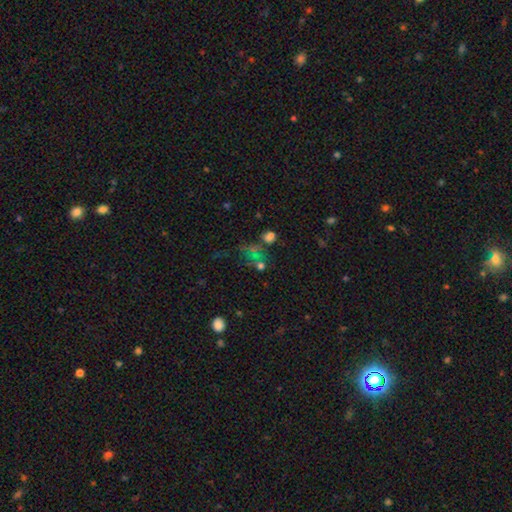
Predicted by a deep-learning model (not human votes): star or artifact 44%, smooth 37%, featured or disk 18%.